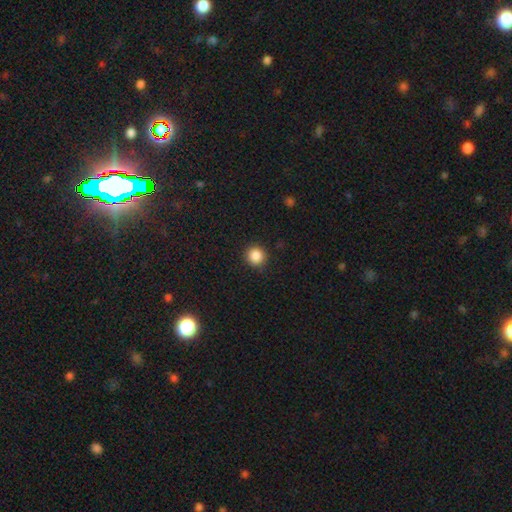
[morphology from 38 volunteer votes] Smooth or featured?
  - smooth: 92% *
  - star or artifact: 8%
  - featured or disk: 0%
How rounded?
  - round: 94% *
  - in between: 6%
  - cigar-shaped: 0%
Merging?
  - none: 86% *
  - minor disturbance: 11%
  - major disturbance: 3%
  - merger: 0%